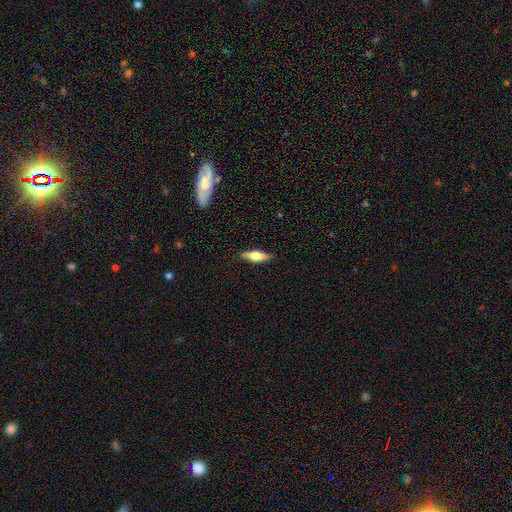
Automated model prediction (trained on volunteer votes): Smooth or featured: featured or disk — 48% (smooth — 46%)
Merging: none — 87% (minor disturbance — 10%)